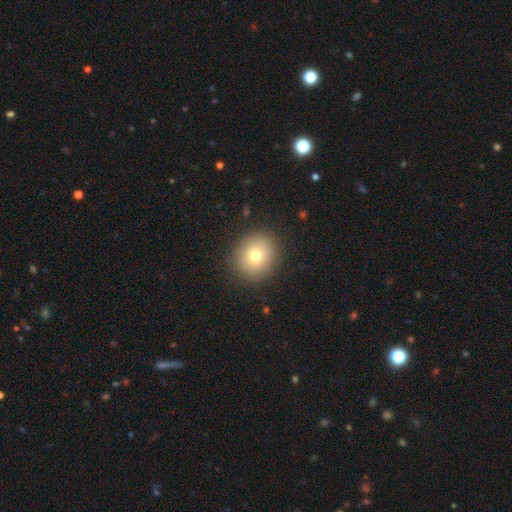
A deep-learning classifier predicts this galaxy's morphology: Smooth or featured?
  - smooth: 75% *
  - featured or disk: 13%
  - star or artifact: 12%
How rounded?
  - round: 80% *
  - in between: 19%
  - cigar-shaped: 1%
Merging?
  - none: 89% *
  - minor disturbance: 7%
  - major disturbance: 3%
  - merger: 1%